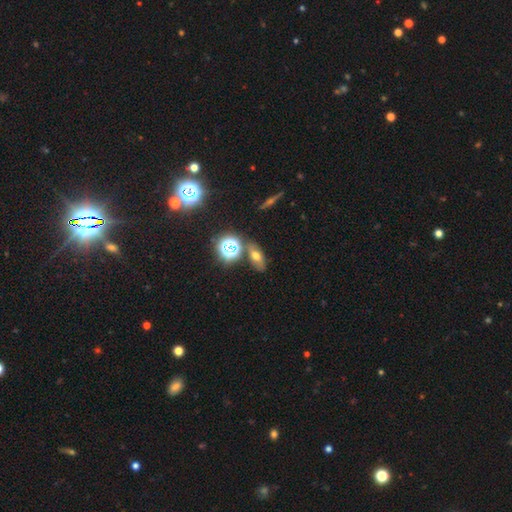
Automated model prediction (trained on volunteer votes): Smooth or featured? smooth (53%)
How rounded? in between (73%)
Merging? none (72%)